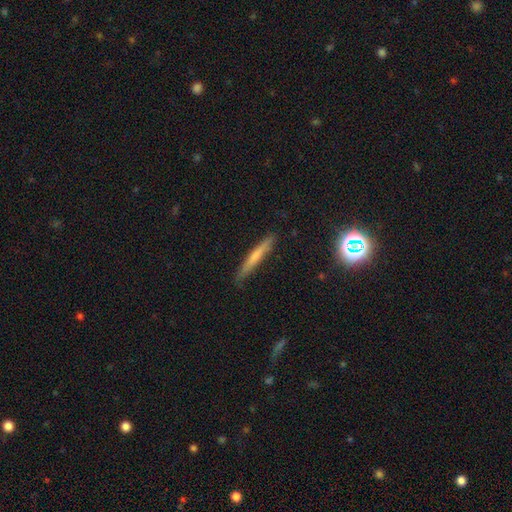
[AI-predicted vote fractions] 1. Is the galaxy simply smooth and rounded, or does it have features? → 58% smooth, 33% featured or disk, 8% star or artifact.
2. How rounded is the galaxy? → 95% cigar-shaped, 4% in between, 2% round.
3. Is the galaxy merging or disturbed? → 86% none, 11% minor disturbance, 2% major disturbance, 1% merger.